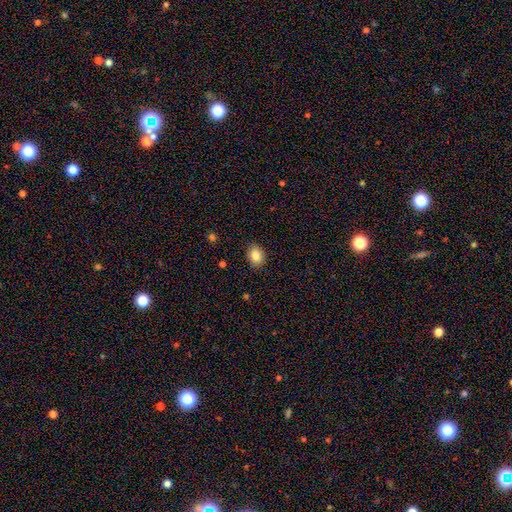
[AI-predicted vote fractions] Q: Smooth or featured?
A: smooth (85%); runner-up: star or artifact (9%)
Q: How rounded?
A: in between (55%); runner-up: round (44%)
Q: Merging?
A: none (89%); runner-up: minor disturbance (8%)